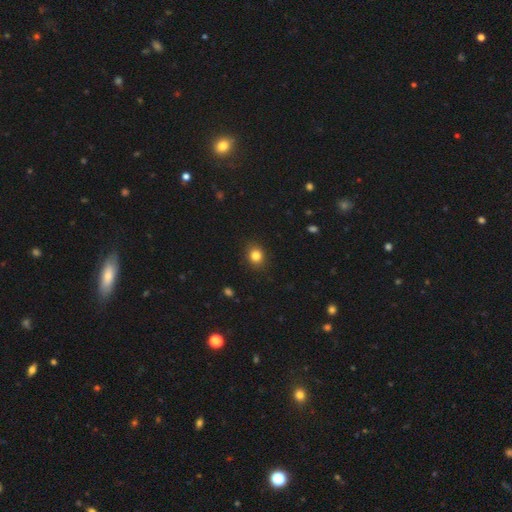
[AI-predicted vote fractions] Q: Smooth or featured?
A: smooth (83%); runner-up: star or artifact (11%)
Q: How rounded?
A: round (69%); runner-up: in between (31%)
Q: Merging?
A: none (89%); runner-up: minor disturbance (8%)